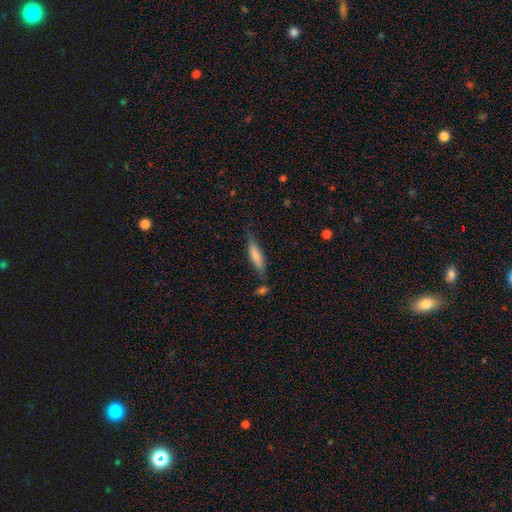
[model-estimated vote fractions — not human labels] Smooth or featured? smooth (75%)
How rounded? cigar-shaped (74%)
Merging? none (69%)